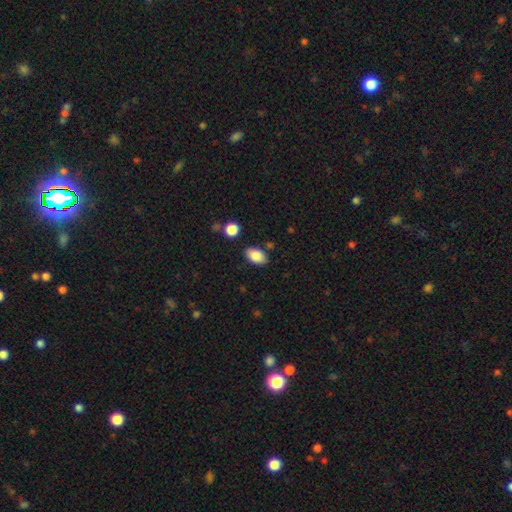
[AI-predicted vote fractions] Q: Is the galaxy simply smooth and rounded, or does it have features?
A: smooth — 87%.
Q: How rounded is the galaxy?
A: in between — 91%.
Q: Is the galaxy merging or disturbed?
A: none — 84%.